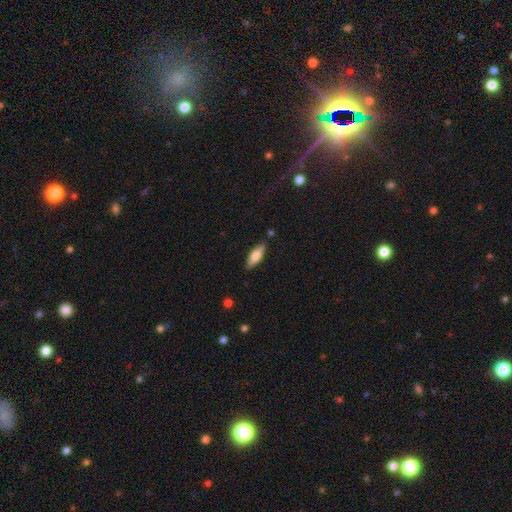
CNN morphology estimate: A smooth galaxy with no disk features (65%) that is in between round and cigar-shaped (54%).

Vote fractions:
- Smooth or featured? smooth: 65% / featured or disk: 29% / star or artifact: 6%
- How rounded? in between: 54% / cigar-shaped: 44% / round: 2%
- Merging? none: 83% / minor disturbance: 12% / merger: 2% / major disturbance: 2%